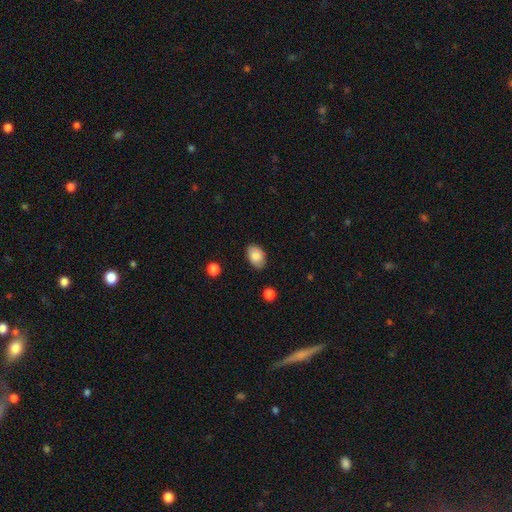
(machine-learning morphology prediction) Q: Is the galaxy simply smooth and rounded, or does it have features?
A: smooth — 83%.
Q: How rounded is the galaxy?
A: in between — 86%.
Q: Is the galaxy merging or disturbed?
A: none — 84%.